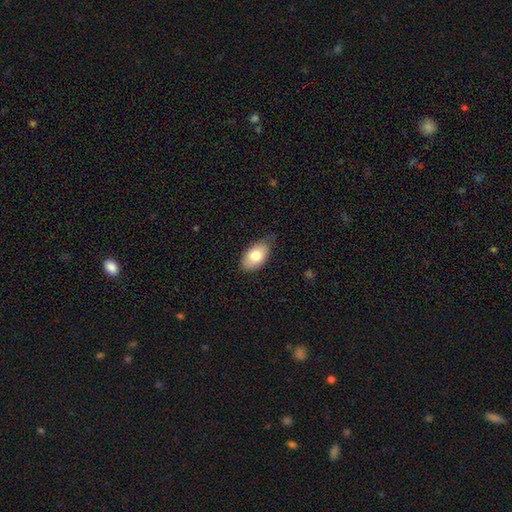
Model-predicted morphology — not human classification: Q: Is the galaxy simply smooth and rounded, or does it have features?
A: smooth — 79%.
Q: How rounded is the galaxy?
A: in between — 92%.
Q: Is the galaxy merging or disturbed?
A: none — 73%.